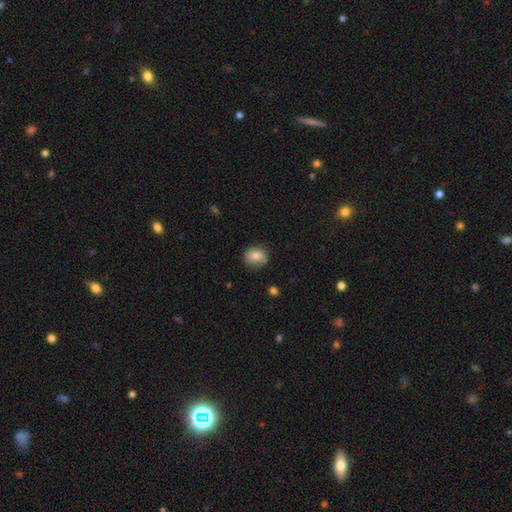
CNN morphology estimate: The model was most divided on "how rounded": round: 67%, in between: 32%, cigar-shaped: 1%. More confident: smooth or featured — smooth (75%); merging — none (69%).